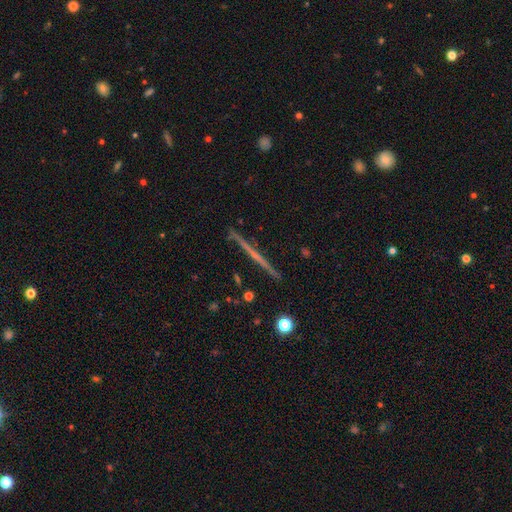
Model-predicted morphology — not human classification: smooth_or_featured: featured or disk (p=0.71) [alt: smooth p=0.23]
disk_edge_on: yes (p=0.98) [alt: no p=0.02]
edge_on_bulge: none (p=0.74) [alt: rounded p=0.20]
merging: none (p=0.92) [alt: minor disturbance p=0.06]